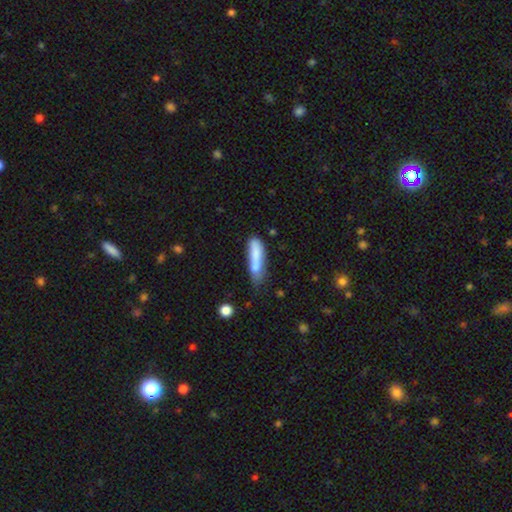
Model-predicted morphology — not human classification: The model was most divided on "merging": none: 43%, minor disturbance: 30%, merger: 16%, major disturbance: 11%. More confident: smooth or featured — smooth (76%); how rounded — cigar-shaped (72%).